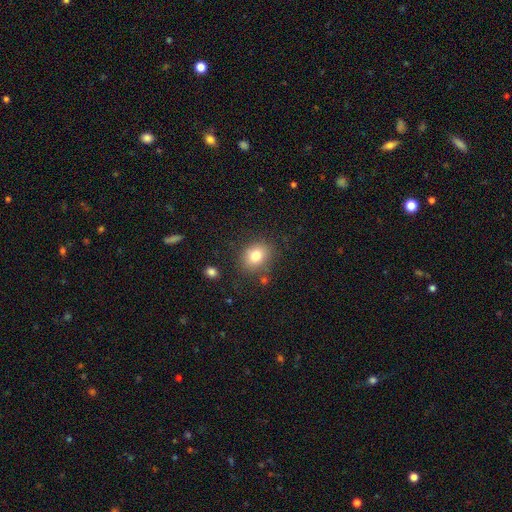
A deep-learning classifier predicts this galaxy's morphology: Smooth or featured: smooth — 79% (star or artifact — 11%)
How rounded: round — 56% (in between — 43%)
Merging: none — 80% (minor disturbance — 12%)